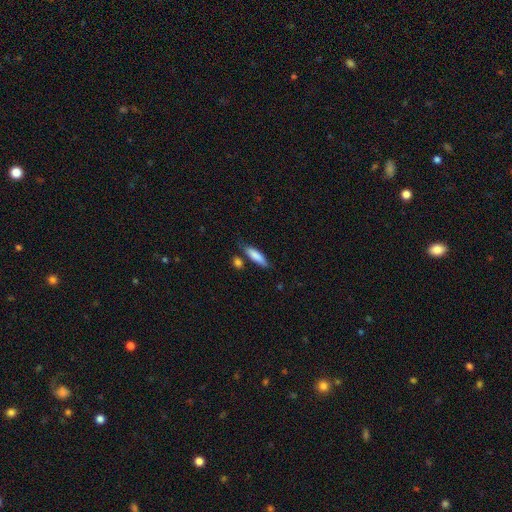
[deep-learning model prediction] A smooth galaxy with no disk features (83%) that is cigar-shaped (60%). Merging: none (68%).